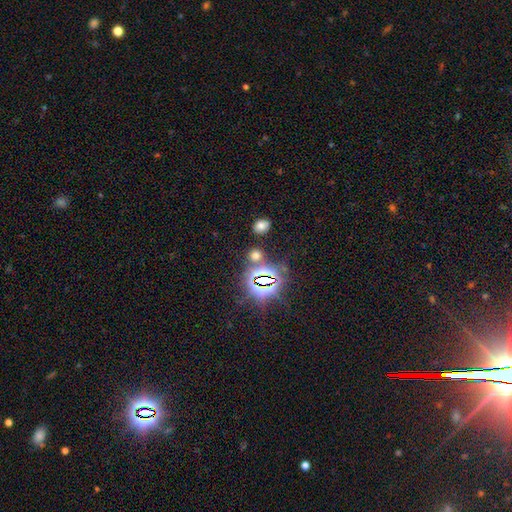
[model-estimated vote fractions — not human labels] A star or artifact, not a galaxy (48%).

Vote fractions:
- Smooth or featured? star or artifact: 48% / smooth: 46% / featured or disk: 7%